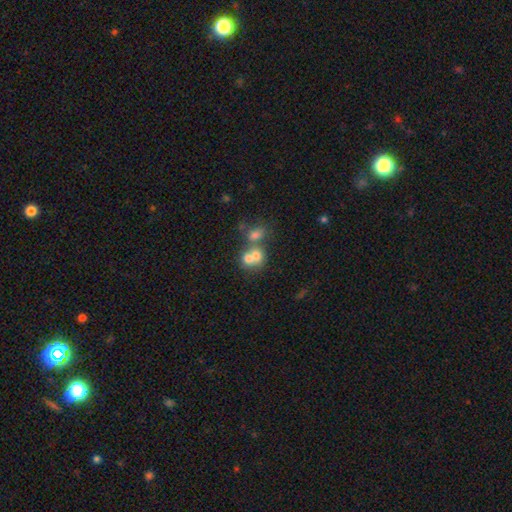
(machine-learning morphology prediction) This is likely a smooth galaxy (66%). How rounded: likely round (66%). Merging: likely merger (64%).